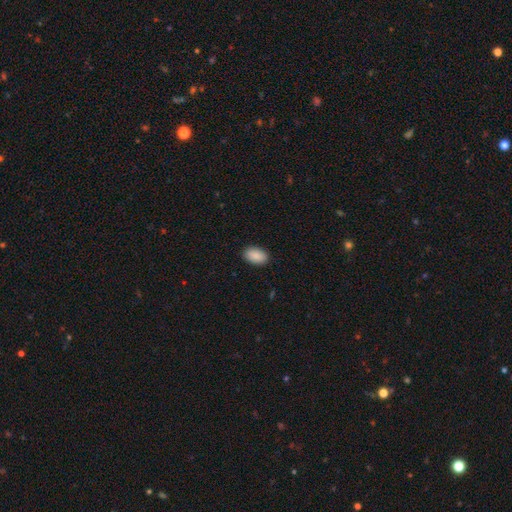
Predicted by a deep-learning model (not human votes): A smooth galaxy with no disk features (91%) that is in between round and cigar-shaped (92%). Merging: none (90%).